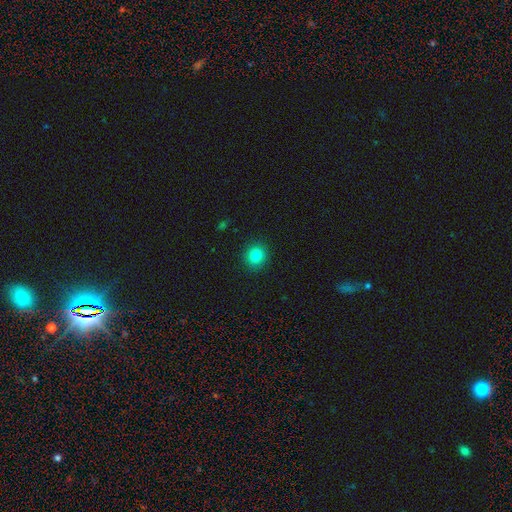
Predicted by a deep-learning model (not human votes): Smooth or featured: smooth — 82% (star or artifact — 12%)
How rounded: round — 87% (in between — 12%)
Merging: none — 91% (minor disturbance — 6%)